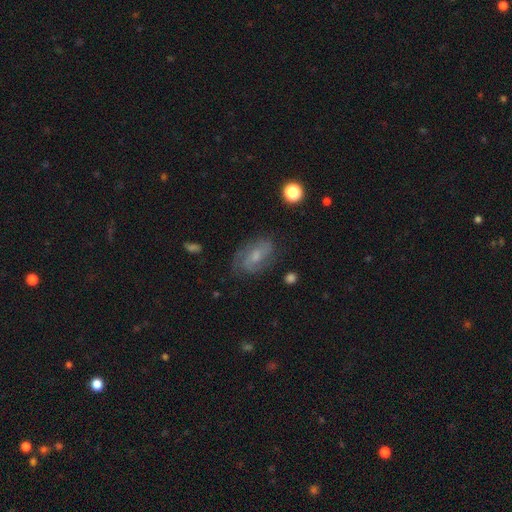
Smooth or featured? featured or disk (74%)
Edge-on disk? no (93%)
Bar? weak (73%)
Spiral arms? yes (88%)
Spiral winding? tight (57%)
Spiral arm count? 2 (52%)
Bulge size? moderate (46%)
Merging? none (66%)